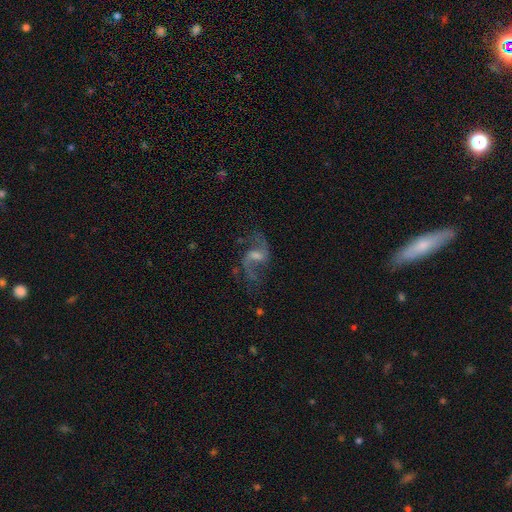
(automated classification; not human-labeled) This appears to be a featured or disk galaxy (85%) with a weak bar (56%), 2 (91%) loose (75%) spiral arms (95%) and a moderate central bulge (37%). Merging: none (70%).